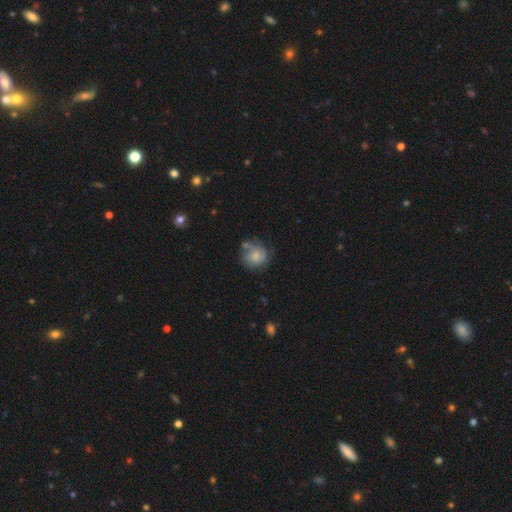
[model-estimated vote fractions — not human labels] This appears to be a smooth galaxy with no disk features (58%) that is round (77%). Merging: none (51%).